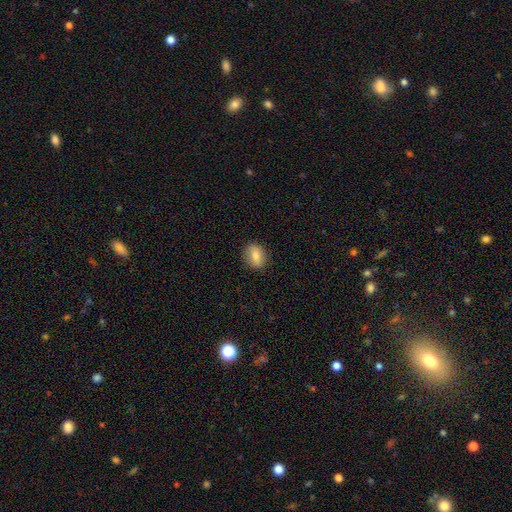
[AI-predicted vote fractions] smooth_or_featured: smooth (p=0.76) [alt: featured or disk p=0.15]
how_rounded: in between (p=0.54) [alt: round p=0.44]
merging: none (p=0.87) [alt: minor disturbance p=0.10]